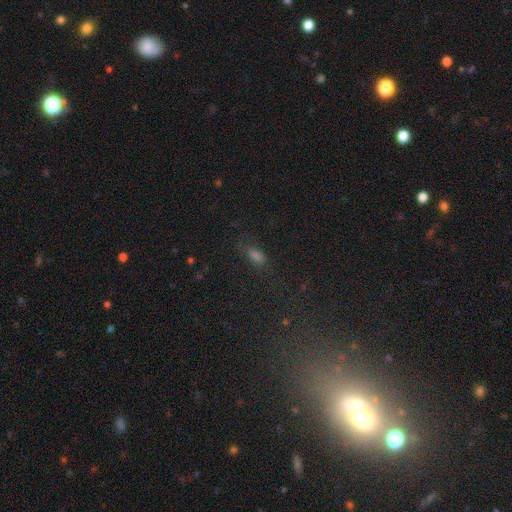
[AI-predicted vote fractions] Smooth or featured? smooth (56%)
How rounded? in between (72%)
Merging? none (71%)